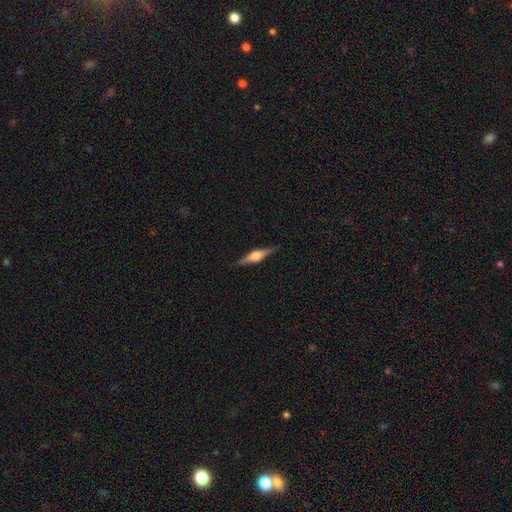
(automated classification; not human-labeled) featured or disk 74%, smooth 20%, star or artifact 6%. Down the decision tree: edge-on disk — yes (98%); edge-on bulge — rounded (89%); merging — none (90%).